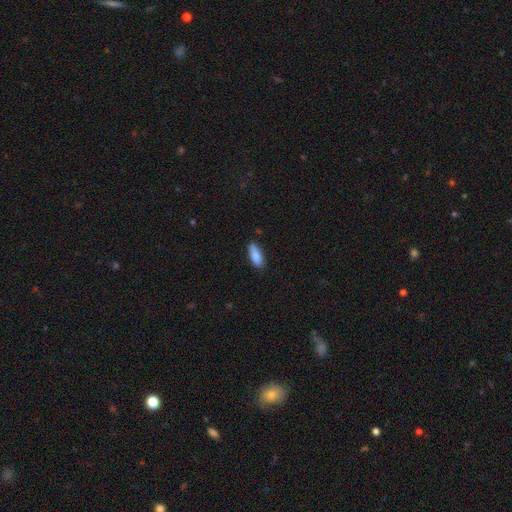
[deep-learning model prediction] smooth-or-featured: smooth: 87% | featured or disk: 7% | star or artifact: 6%
  how-rounded: in between: 70% | cigar-shaped: 28% | round: 2%
  merging: none: 77% | minor disturbance: 18% | major disturbance: 3% | merger: 2%